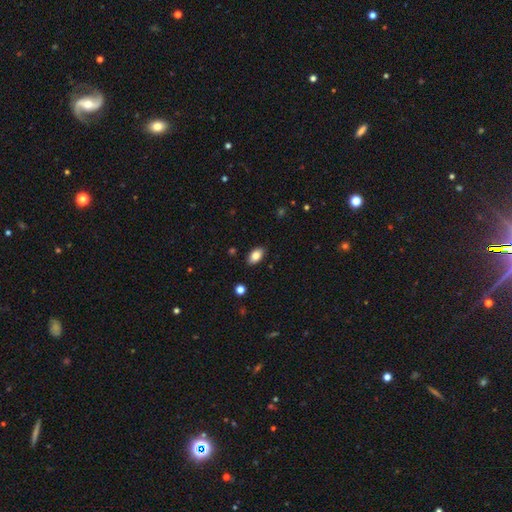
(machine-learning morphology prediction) smooth_or_featured: smooth (p=0.85) [alt: star or artifact p=0.08]
how_rounded: in between (p=0.91) [alt: round p=0.07]
merging: none (p=0.88) [alt: minor disturbance p=0.09]